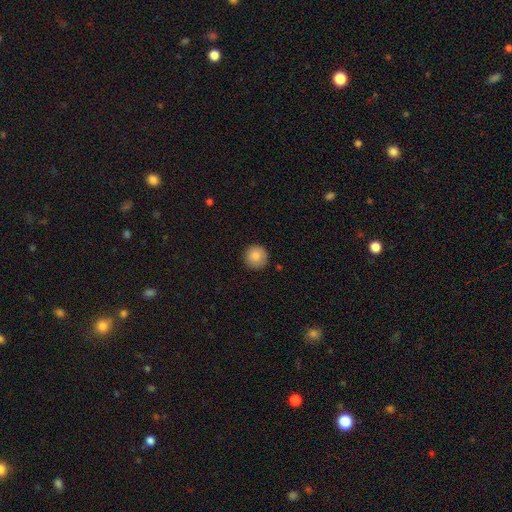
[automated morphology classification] smooth-or-featured: smooth: 85% | star or artifact: 9% | featured or disk: 6%
  how-rounded: round: 96% | in between: 3% | cigar-shaped: 1%
  merging: none: 90% | minor disturbance: 7% | major disturbance: 2% | merger: 1%